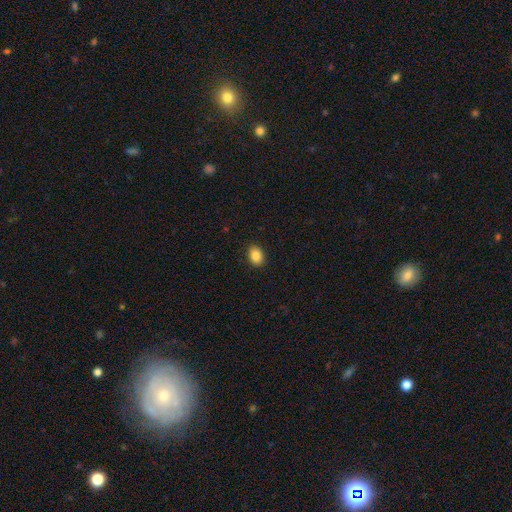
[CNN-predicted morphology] A smooth galaxy with no disk features (86%) that is in between round and cigar-shaped (74%). Merging: none (90%).